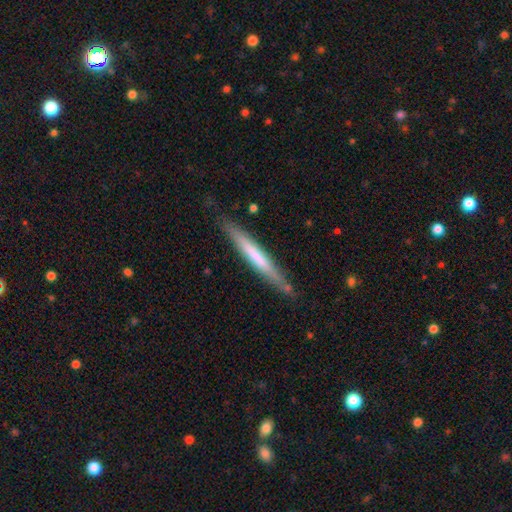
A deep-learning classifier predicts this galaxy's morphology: Smooth or featured? Predicted: smooth (p=0.54). How rounded? Predicted: cigar-shaped (p=0.96). Merging? Predicted: none (p=0.83).